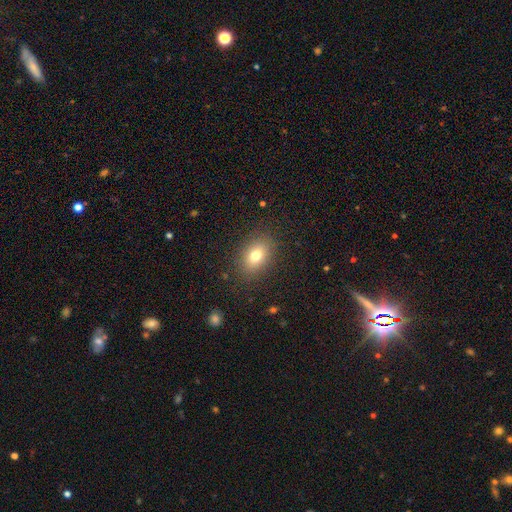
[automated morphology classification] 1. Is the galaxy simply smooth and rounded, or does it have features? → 76% smooth, 13% featured or disk, 11% star or artifact.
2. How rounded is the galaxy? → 79% in between, 20% round, 2% cigar-shaped.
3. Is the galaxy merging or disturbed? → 86% none, 9% minor disturbance, 4% major disturbance, 1% merger.